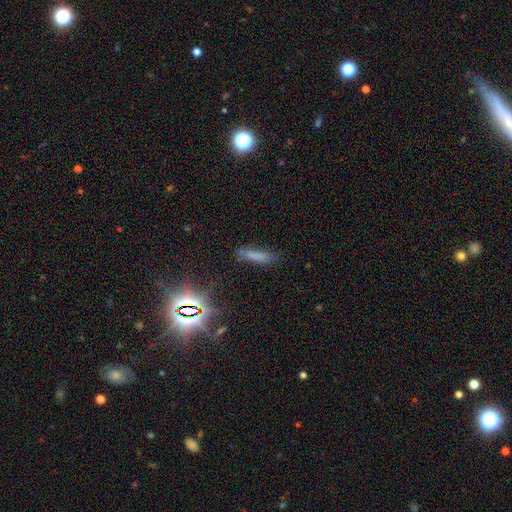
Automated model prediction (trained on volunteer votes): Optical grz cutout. It shows a smooth galaxy with no disk features (69%) that is cigar-shaped (78%). Merging: none (76%).